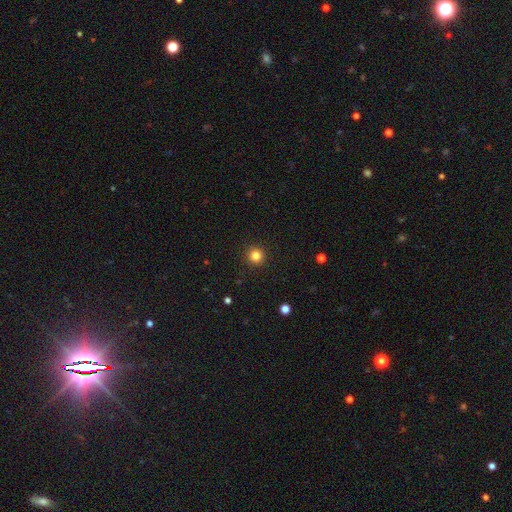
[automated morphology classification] smooth_or_featured: smooth (p=0.83) [alt: star or artifact p=0.13]
how_rounded: round (p=0.95) [alt: in between p=0.04]
merging: none (p=0.93) [alt: minor disturbance p=0.04]